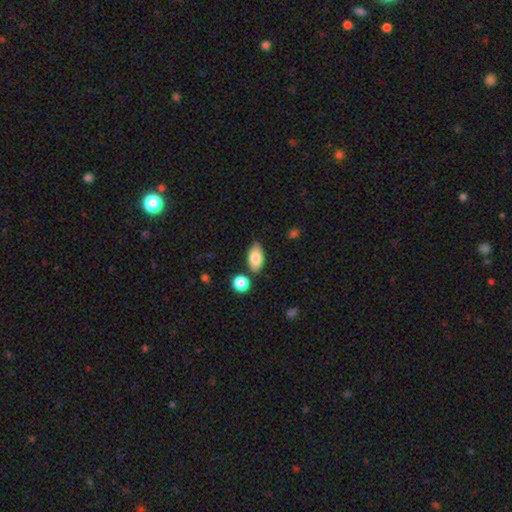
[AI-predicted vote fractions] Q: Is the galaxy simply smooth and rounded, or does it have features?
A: smooth — 84%.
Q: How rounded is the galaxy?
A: in between — 93%.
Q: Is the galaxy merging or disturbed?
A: none — 78%.